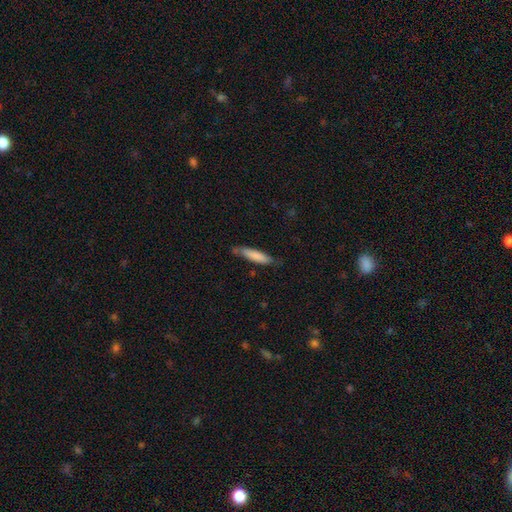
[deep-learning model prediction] This is clearly a smooth galaxy (81%). How rounded: likely cigar-shaped (79%). Merging: likely none (70%).